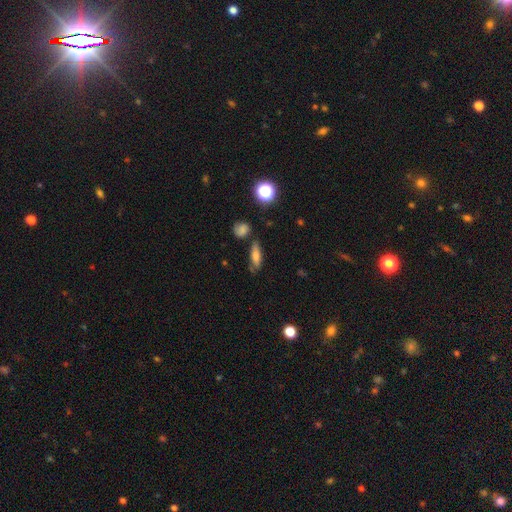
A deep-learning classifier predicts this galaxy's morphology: The model was most divided on "how rounded": cigar-shaped: 49%, in between: 46%, round: 5%. More confident: merging — none (71%); smooth or featured — smooth (65%).